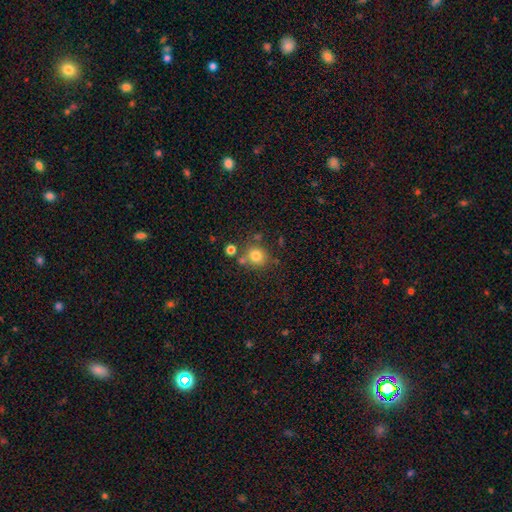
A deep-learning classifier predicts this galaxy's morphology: Smooth or featured? Predicted: smooth (p=0.79). How rounded? Predicted: round (p=0.87). Merging? Predicted: none (p=0.71).